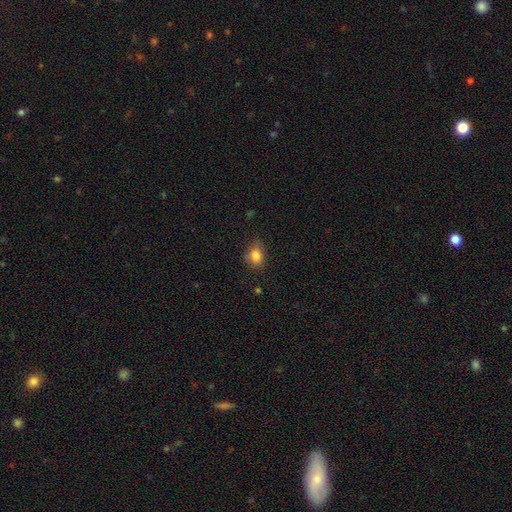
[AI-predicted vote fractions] Smooth or featured: smooth — 83% (star or artifact — 10%)
How rounded: in between — 63% (round — 36%)
Merging: none — 70% (minor disturbance — 23%)